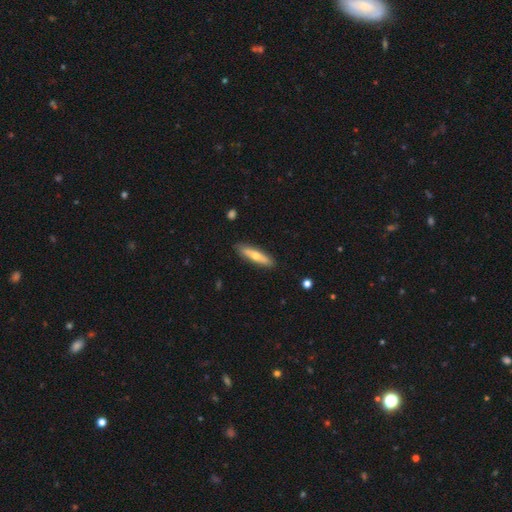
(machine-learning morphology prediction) Smooth or featured? Predicted: smooth (p=0.56). How rounded? Predicted: cigar-shaped (p=0.78). Merging? Predicted: none (p=0.88).